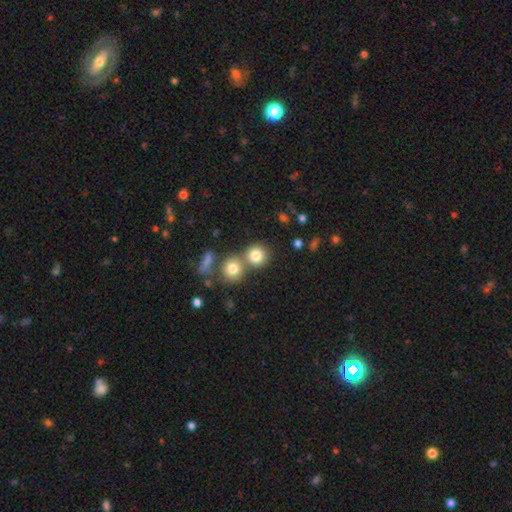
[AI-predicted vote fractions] A smooth galaxy with no disk features (81%) that is round (88%). Merging: none (56%).